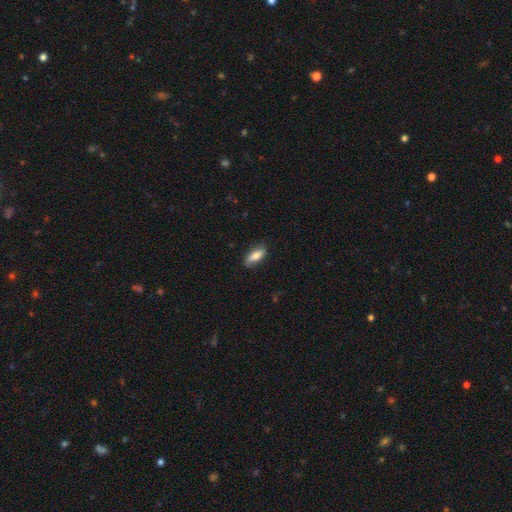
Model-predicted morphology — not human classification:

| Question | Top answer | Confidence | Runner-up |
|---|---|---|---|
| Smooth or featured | smooth | 74% | featured or disk (20%) |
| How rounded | in between | 69% | cigar-shaped (28%) |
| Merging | none | 82% | minor disturbance (15%) |